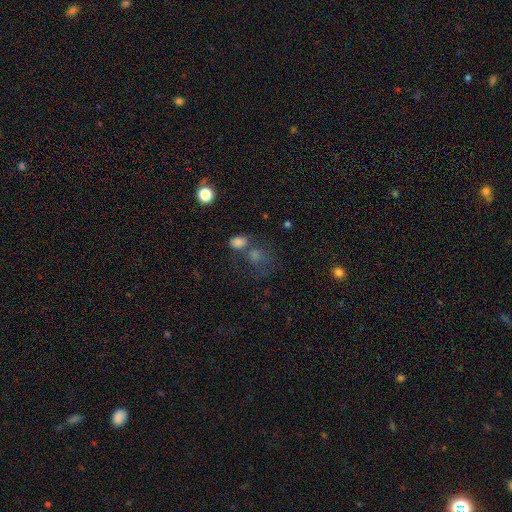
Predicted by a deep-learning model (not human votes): A smooth galaxy with no disk features (55%) that is round (61%). Merging: none (38%).